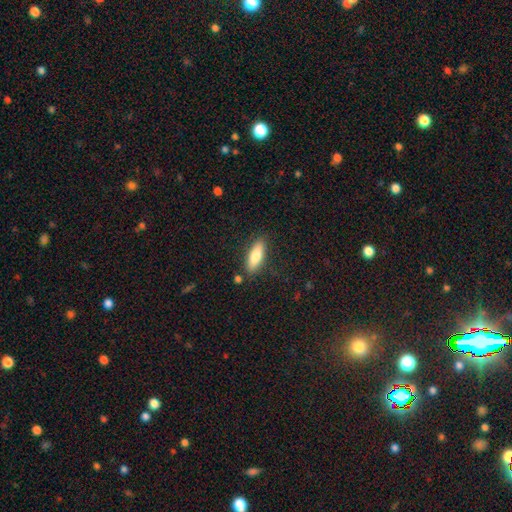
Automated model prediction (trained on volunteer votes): Smooth or featured?
  - smooth: 76% *
  - featured or disk: 18%
  - star or artifact: 6%
How rounded?
  - in between: 57% *
  - cigar-shaped: 41%
  - round: 2%
Merging?
  - none: 84% *
  - minor disturbance: 11%
  - merger: 3%
  - major disturbance: 3%